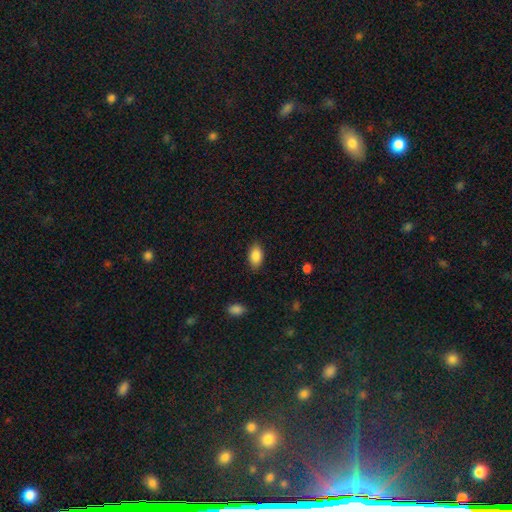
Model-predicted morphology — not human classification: This is clearly a smooth galaxy (87%). How rounded: clearly in between (92%). Merging: clearly none (86%).